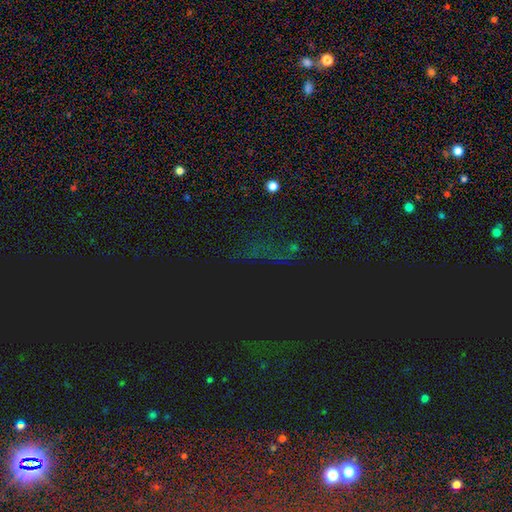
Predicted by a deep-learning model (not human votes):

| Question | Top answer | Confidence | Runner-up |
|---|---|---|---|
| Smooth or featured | star or artifact | 72% | smooth (19%) |